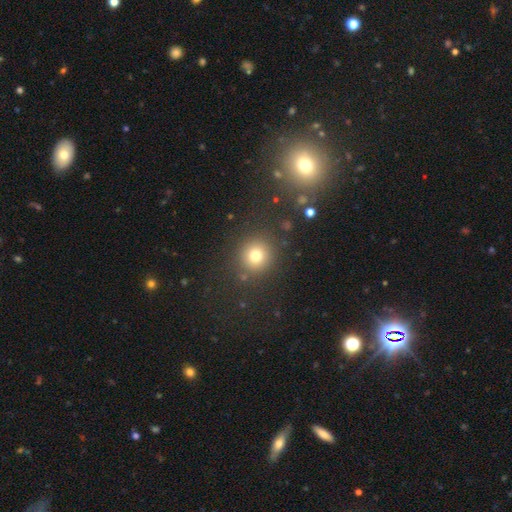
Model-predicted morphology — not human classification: A smooth galaxy with no disk features (76%) that is round (91%). Merging: none (86%).